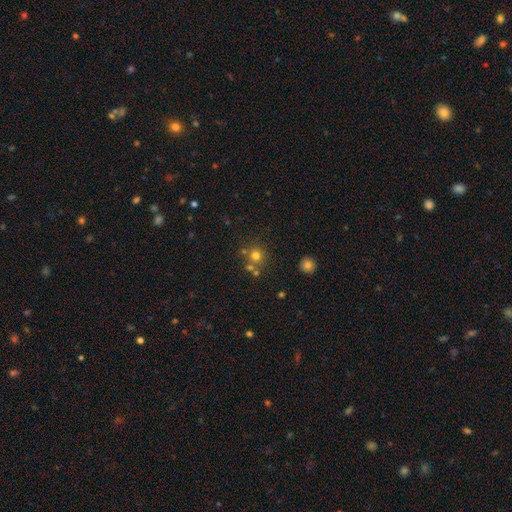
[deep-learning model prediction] smooth_or_featured: smooth (p=0.70) [alt: star or artifact p=0.18]
how_rounded: round (p=0.89) [alt: in between p=0.10]
merging: none (p=0.64) [alt: merger p=0.24]